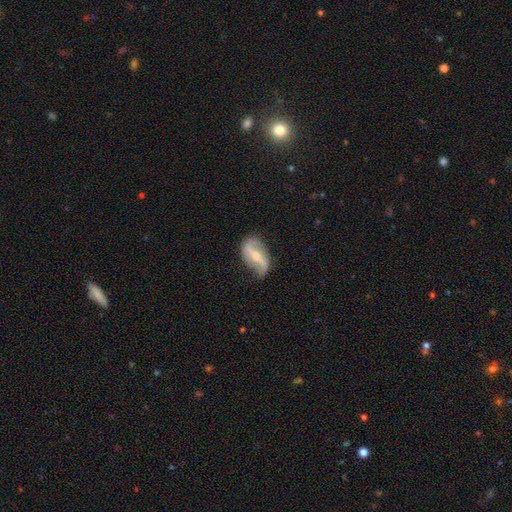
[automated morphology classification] A featured or disk galaxy (73%) with a strong bar (49%), 2 (88%) loose (75%) spiral arms (83%) and a small central bulge (48%).

Vote fractions:
- Smooth or featured? featured or disk: 73% / smooth: 21% / star or artifact: 6%
- Edge-on disk? no: 94% / yes: 6%
- Bar? strong: 49% / weak: 33% / no: 18%
- Spiral arms? yes: 83% / no: 17%
- Spiral winding? loose: 75% / medium: 18% / tight: 7%
- Spiral arm count? 2: 88% / can't tell: 5% / 1: 4% / 3: 1% / 4: 1% / more than 4: 1%
- Bulge size? small: 48% / moderate: 44% / none: 4% / large: 2% / dominant: 1%
- Merging? none: 66% / minor disturbance: 24% / major disturbance: 8% / merger: 2%